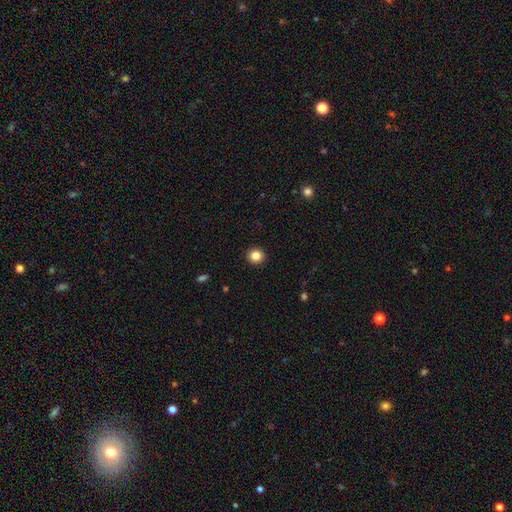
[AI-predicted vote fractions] Overall: smooth (85%). How rounded: round (93%). Merging: none (93%).